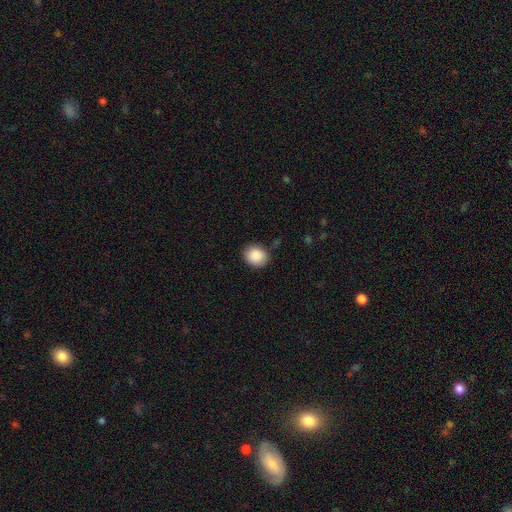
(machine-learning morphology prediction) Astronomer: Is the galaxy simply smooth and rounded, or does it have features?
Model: smooth — 89%.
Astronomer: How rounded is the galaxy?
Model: round — 61% (runner-up: in between, 38%).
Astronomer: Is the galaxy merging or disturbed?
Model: none — 83%.